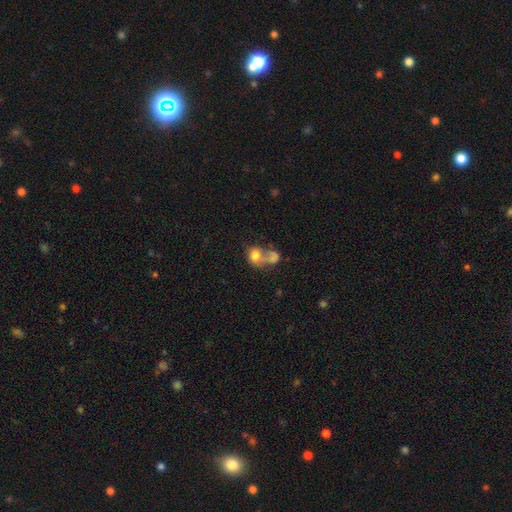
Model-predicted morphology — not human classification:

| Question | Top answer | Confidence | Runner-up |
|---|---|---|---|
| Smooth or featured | smooth | 69% | featured or disk (21%) |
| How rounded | round | 56% | in between (42%) |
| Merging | merger | 62% | none (18%) |